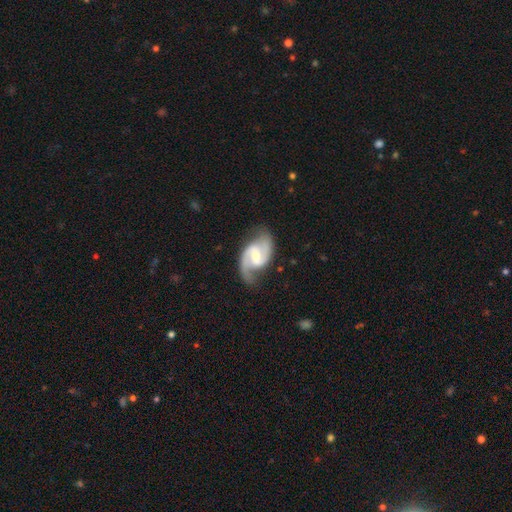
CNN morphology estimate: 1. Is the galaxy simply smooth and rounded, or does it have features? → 91% featured or disk, 5% smooth, 4% star or artifact.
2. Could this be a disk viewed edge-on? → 98% no, 2% yes.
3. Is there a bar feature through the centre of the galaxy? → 55% weak, 23% strong, 22% no.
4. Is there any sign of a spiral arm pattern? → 98% yes, 2% no.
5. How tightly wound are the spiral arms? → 58% medium, 26% loose, 16% tight.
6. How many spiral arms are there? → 94% 2, 2% can't tell, 1% 1, 1% 3, 1% 4, 1% more than 4.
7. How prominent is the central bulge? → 54% moderate, 39% small, 4% large, 3% none, 1% dominant.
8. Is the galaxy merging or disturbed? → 79% none, 14% minor disturbance, 5% major disturbance, 1% merger.